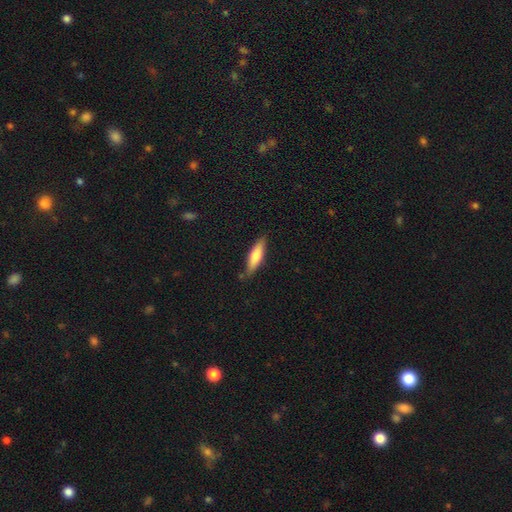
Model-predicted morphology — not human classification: Overall: smooth (70%). How rounded: cigar-shaped (62%; in between 36%). Merging: none (80%).